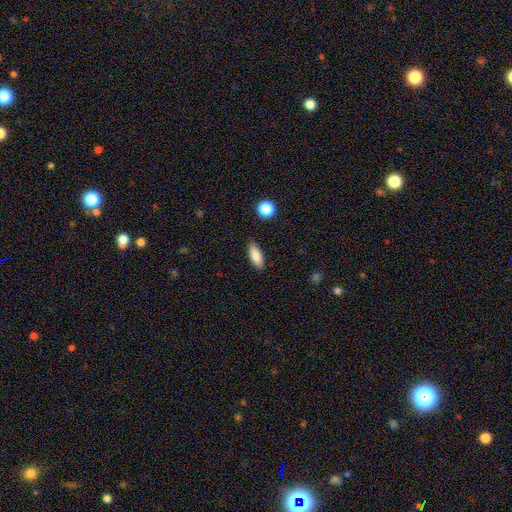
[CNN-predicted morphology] Smooth or featured? Predicted: smooth (p=0.83). How rounded? Predicted: in between (p=0.69). Merging? Predicted: none (p=0.86).